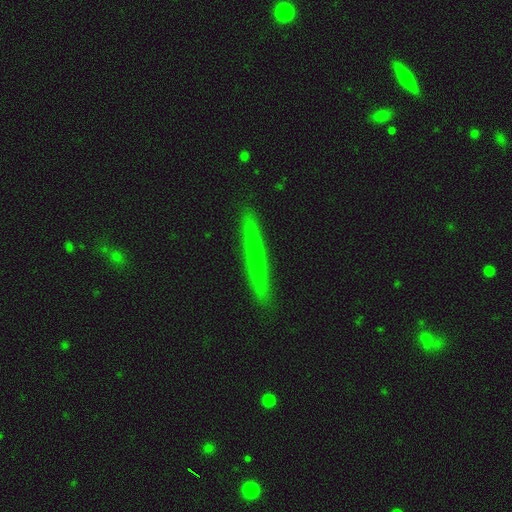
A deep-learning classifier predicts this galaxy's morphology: The model was most divided on "smooth or featured": smooth: 60%, featured or disk: 34%, star or artifact: 7%. More confident: how rounded — cigar-shaped (97%); merging — none (90%).